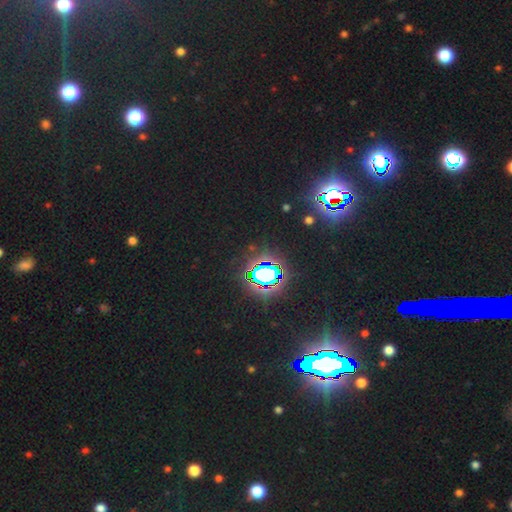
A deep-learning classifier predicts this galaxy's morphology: Smooth or featured? star or artifact (82%)